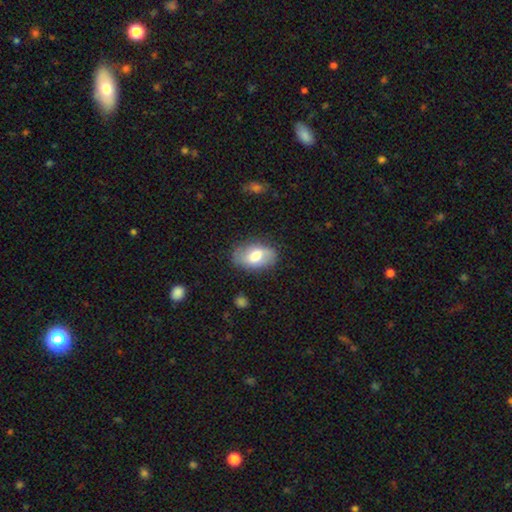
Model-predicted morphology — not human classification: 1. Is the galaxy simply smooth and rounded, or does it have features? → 62% smooth, 31% featured or disk, 7% star or artifact.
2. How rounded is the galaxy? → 90% in between, 9% round, 2% cigar-shaped.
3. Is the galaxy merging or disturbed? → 76% none, 18% minor disturbance, 5% major disturbance, 2% merger.